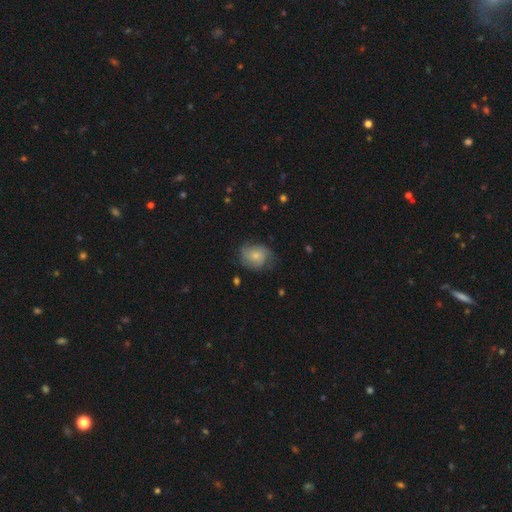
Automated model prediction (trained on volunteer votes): Smooth or featured? smooth (52%)
How rounded? round (67%)
Merging? none (64%)